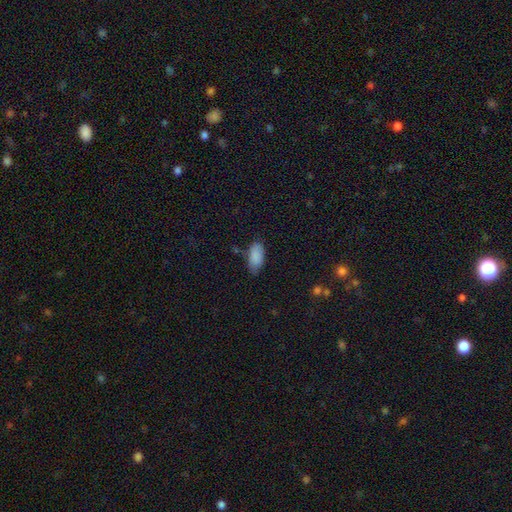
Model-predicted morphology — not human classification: This appears to be a smooth galaxy with no disk features (88%) that is in between round and cigar-shaped (91%). Merging: none (70%).